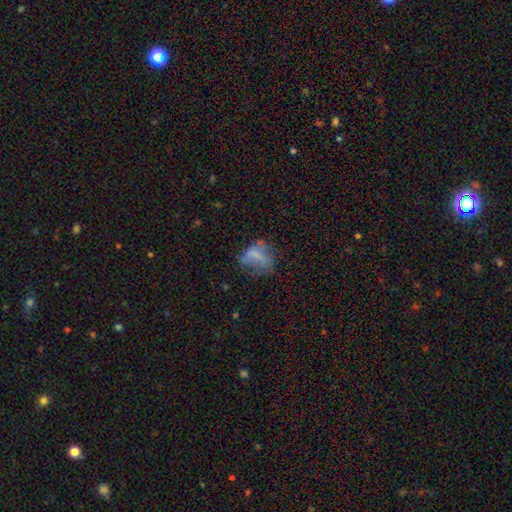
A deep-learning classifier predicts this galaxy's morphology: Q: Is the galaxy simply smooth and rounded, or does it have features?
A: smooth — 54%.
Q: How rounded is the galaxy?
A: in between — 61%.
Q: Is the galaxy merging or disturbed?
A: none — 36%.